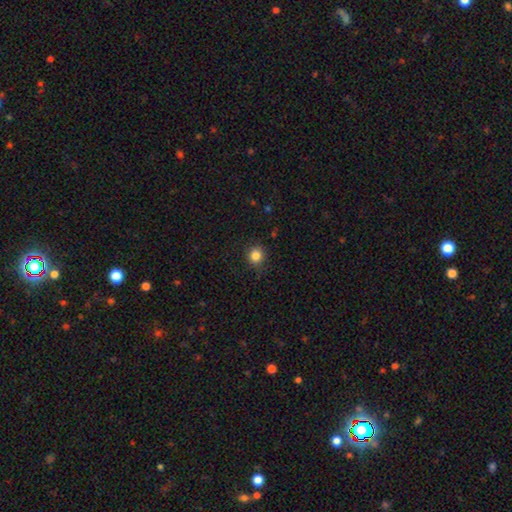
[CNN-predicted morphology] Q: Smooth or featured?
A: smooth (84%); runner-up: star or artifact (11%)
Q: How rounded?
A: round (89%); runner-up: in between (10%)
Q: Merging?
A: none (86%); runner-up: minor disturbance (10%)